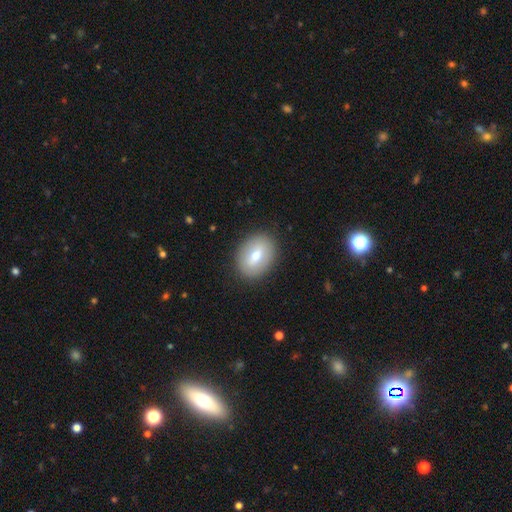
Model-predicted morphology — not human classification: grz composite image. It shows a smooth galaxy with no disk features (60%) that is in between round and cigar-shaped (66%). Merging: none (88%).